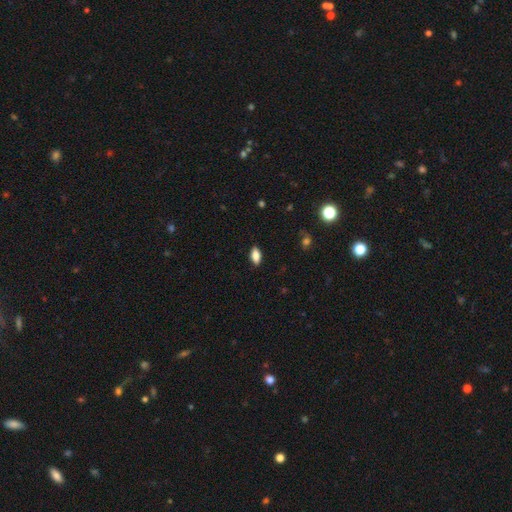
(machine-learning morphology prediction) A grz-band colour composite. It shows a smooth galaxy with no disk features (82%) that is in between round and cigar-shaped (86%). Merging: none (87%).